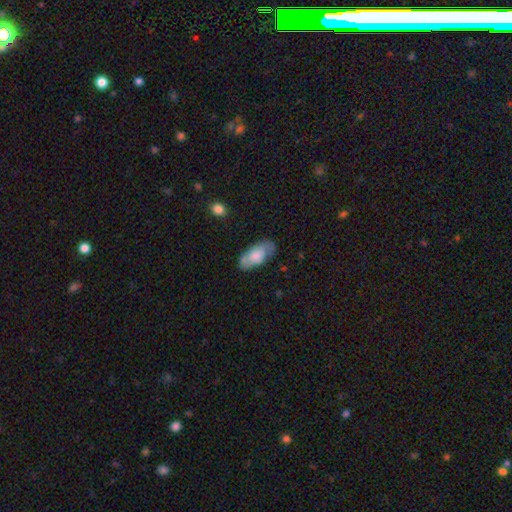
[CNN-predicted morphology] This appears to be a smooth galaxy with no disk features (60%) that is in between round and cigar-shaped (90%). Merging: none (69%).